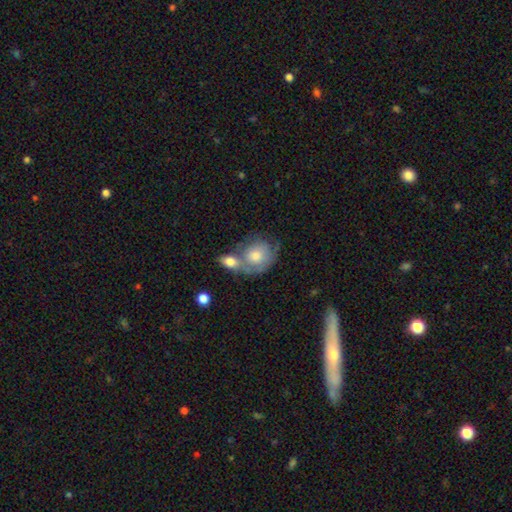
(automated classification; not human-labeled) Q: Smooth or featured?
A: smooth (65%); runner-up: featured or disk (29%)
Q: How rounded?
A: round (66%); runner-up: in between (32%)
Q: Merging?
A: merger (48%); runner-up: none (29%)